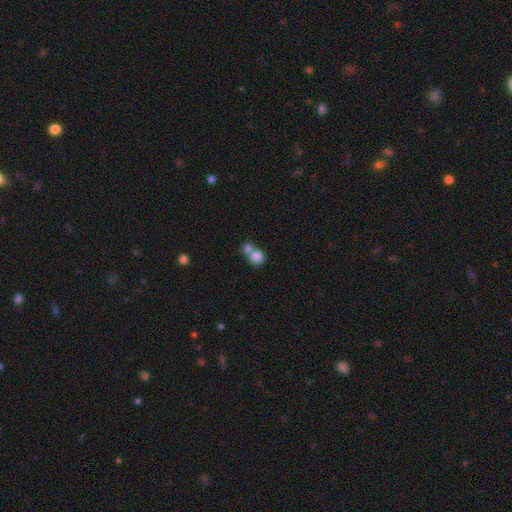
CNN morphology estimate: The model was most divided on "merging": merger: 60%, none: 30%, minor disturbance: 6%, major disturbance: 3%. More confident: smooth or featured — smooth (81%); how rounded — round (76%).